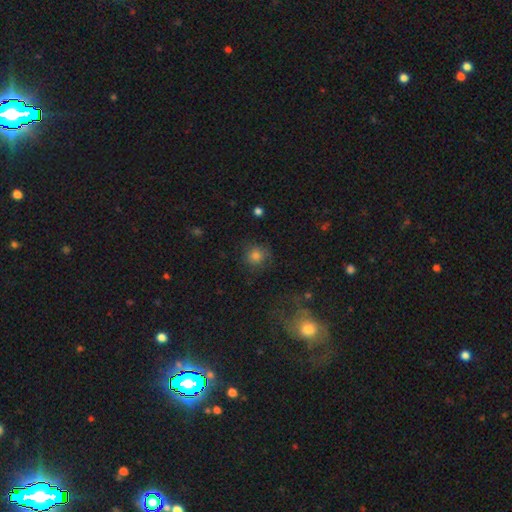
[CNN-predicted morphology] smooth_or_featured: smooth (p=0.74) [alt: star or artifact p=0.16]
how_rounded: round (p=0.88) [alt: in between p=0.11]
merging: none (p=0.74) [alt: minor disturbance p=0.16]